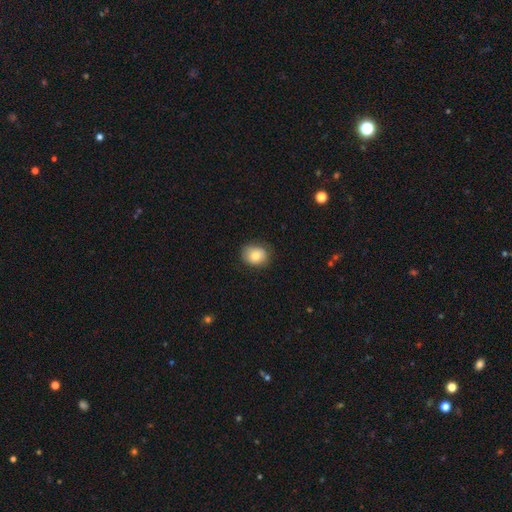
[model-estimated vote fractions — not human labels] smooth_or_featured: smooth (p=0.81) [alt: featured or disk p=0.11]
how_rounded: round (p=0.57) [alt: in between p=0.42]
merging: none (p=0.78) [alt: minor disturbance p=0.17]